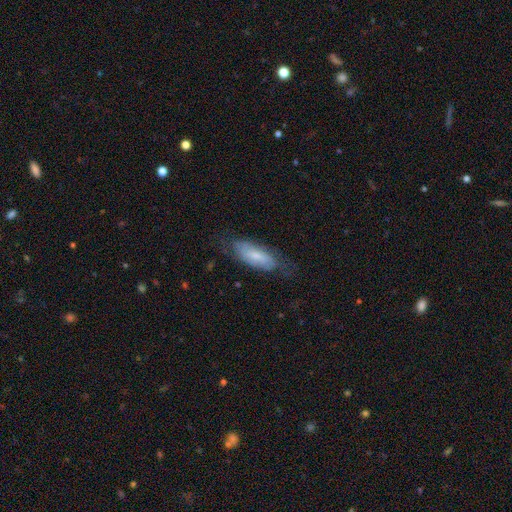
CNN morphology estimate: This is possibly a smooth galaxy (47%). Merging: likely none (64%).